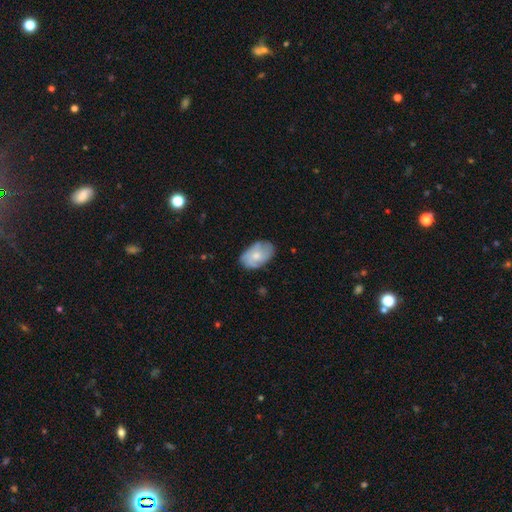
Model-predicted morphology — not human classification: This is possibly a smooth galaxy (47%, tied with featured or disk). Merging: likely none (69%).